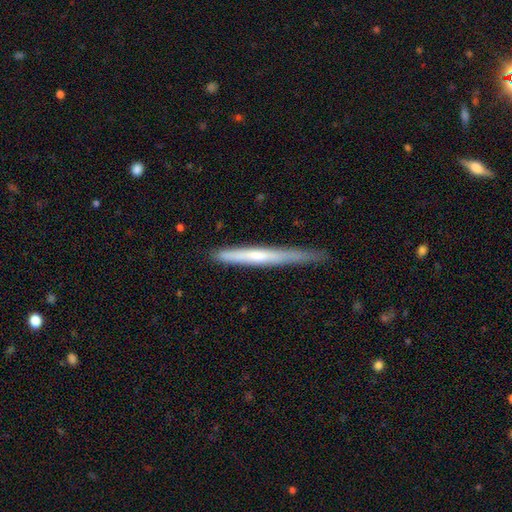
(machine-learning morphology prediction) smooth-or-featured: smooth: 50% | featured or disk: 44% | star or artifact: 5%
  how-rounded: cigar-shaped: 97% | in between: 2% | round: 1%
  merging: none: 73% | minor disturbance: 21% | major disturbance: 4% | merger: 2%